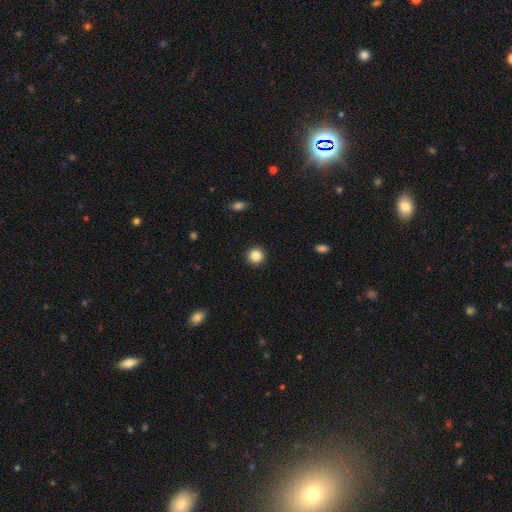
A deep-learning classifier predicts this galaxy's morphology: A smooth galaxy with no disk features (86%) that is round (95%).

Vote fractions:
- Smooth or featured? smooth: 86% / star or artifact: 10% / featured or disk: 4%
- How rounded? round: 95% / in between: 4% / cigar-shaped: 1%
- Merging? none: 93% / minor disturbance: 5% / major disturbance: 2% / merger: 1%